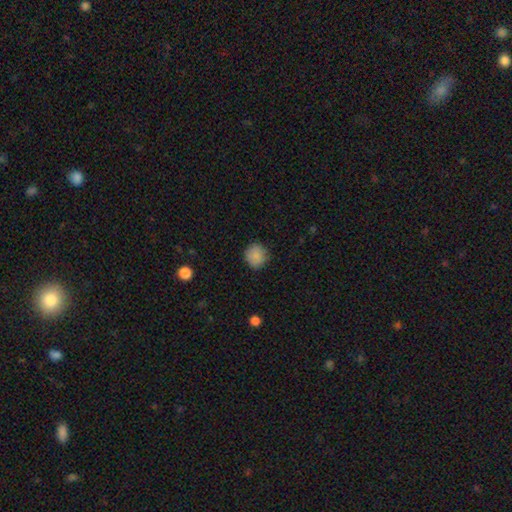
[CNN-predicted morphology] Smooth or featured? Predicted: smooth (p=0.87). How rounded? Predicted: round (p=0.87). Merging? Predicted: none (p=0.86).